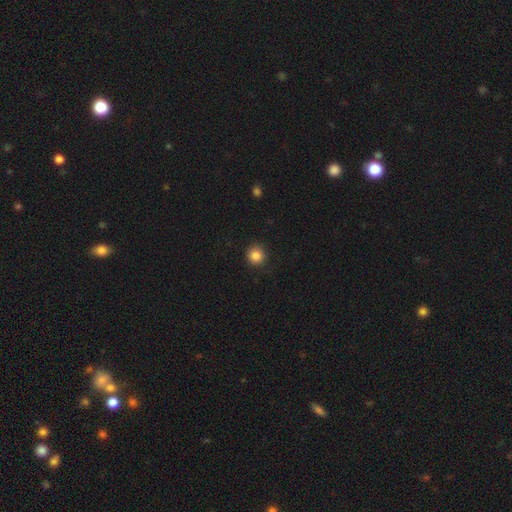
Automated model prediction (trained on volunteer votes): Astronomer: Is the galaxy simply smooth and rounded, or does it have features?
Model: smooth — 86%.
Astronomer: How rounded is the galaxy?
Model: round — 94%.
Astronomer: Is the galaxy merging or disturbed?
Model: none — 89%.